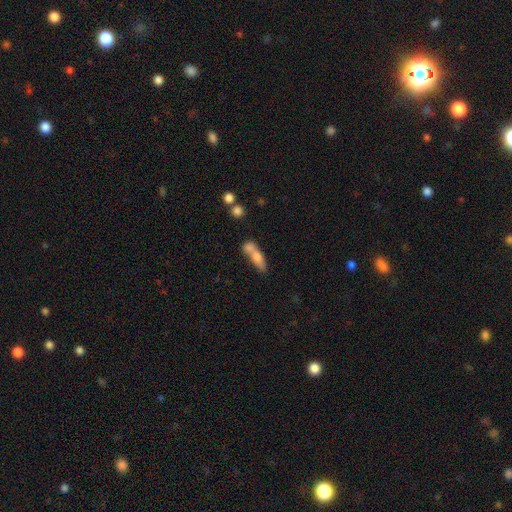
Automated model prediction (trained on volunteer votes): This is likely a smooth galaxy (68%). How rounded: possibly in between (52%). Merging: possibly merger (53%).